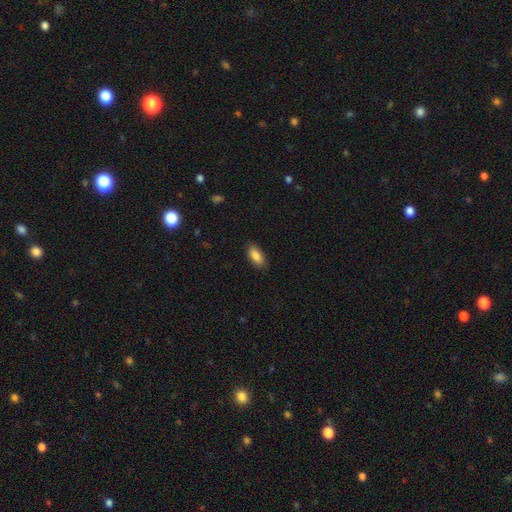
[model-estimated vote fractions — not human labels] A smooth galaxy with no disk features (87%) that is in between round and cigar-shaped (87%).

Vote fractions:
- Smooth or featured? smooth: 87% / featured or disk: 7% / star or artifact: 7%
- How rounded? in between: 87% / cigar-shaped: 11% / round: 2%
- Merging? none: 87% / minor disturbance: 10% / major disturbance: 2% / merger: 1%